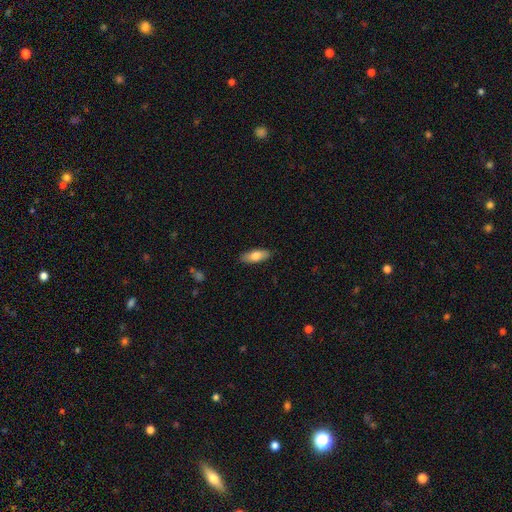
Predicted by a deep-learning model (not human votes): Smooth or featured: smooth — 76% (featured or disk — 18%)
How rounded: in between — 75% (cigar-shaped — 23%)
Merging: none — 88% (minor disturbance — 9%)